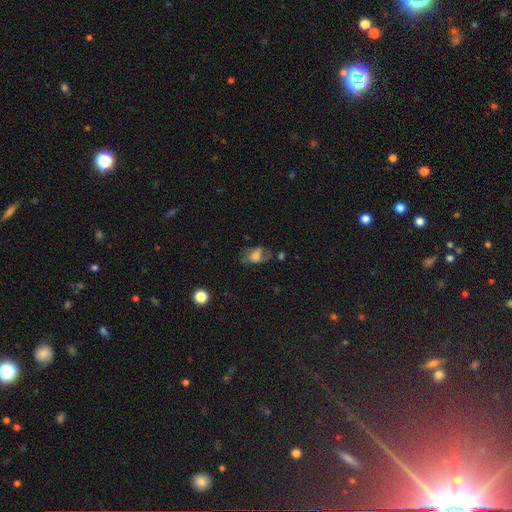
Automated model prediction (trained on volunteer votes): This appears to be a smooth galaxy with no disk features (49%). Merging: none (46%).